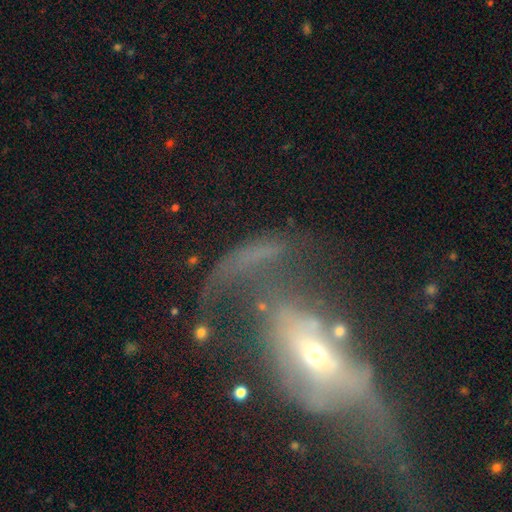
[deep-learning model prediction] Smooth or featured? featured or disk (56%)
Edge-on disk? no (83%)
Merging? major disturbance (53%)